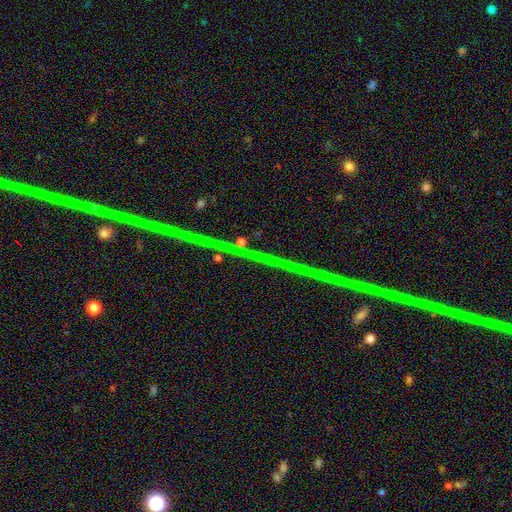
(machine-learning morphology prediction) This is likely a star or artifact rather than a galaxy (75%).